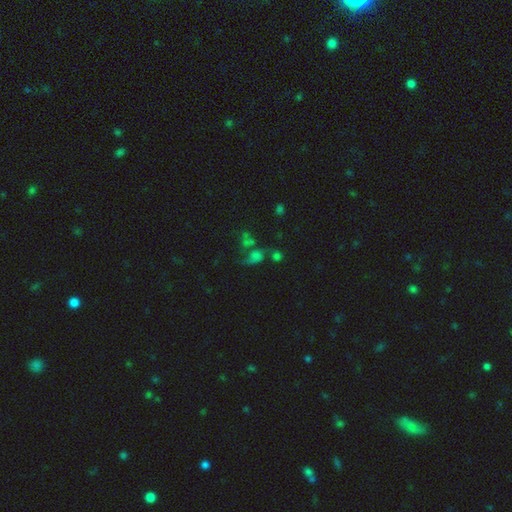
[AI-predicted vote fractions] A smooth galaxy with no disk features (41%).

Vote fractions:
- Smooth or featured? smooth: 41% / star or artifact: 31% / featured or disk: 28%
- Merging? merger: 37% / none: 28% / major disturbance: 22% / minor disturbance: 14%